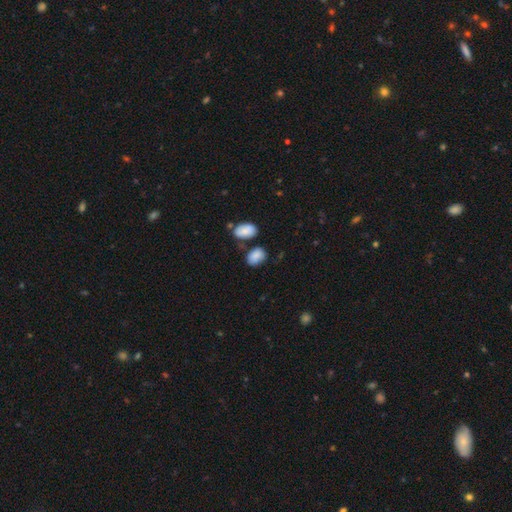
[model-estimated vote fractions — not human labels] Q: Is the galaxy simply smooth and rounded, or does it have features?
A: smooth — 85%.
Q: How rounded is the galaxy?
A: in between — 83%.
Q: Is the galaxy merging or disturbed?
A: none — 58%.